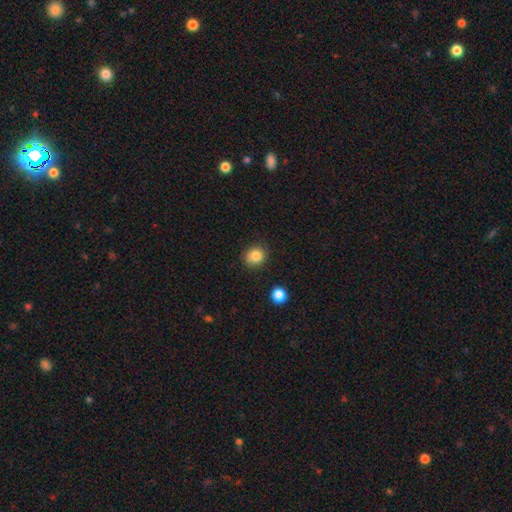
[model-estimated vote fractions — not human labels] A smooth galaxy with no disk features (83%) that is round (83%).

Vote fractions:
- Smooth or featured? smooth: 83% / star or artifact: 11% / featured or disk: 6%
- How rounded? round: 83% / in between: 16% / cigar-shaped: 1%
- Merging? none: 84% / minor disturbance: 12% / major disturbance: 3% / merger: 2%